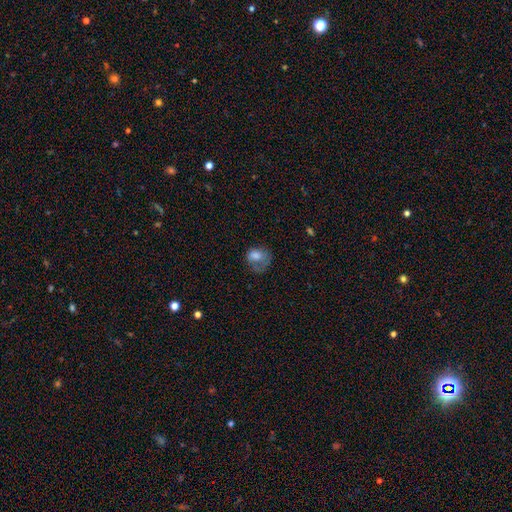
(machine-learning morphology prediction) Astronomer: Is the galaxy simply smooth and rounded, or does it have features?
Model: smooth — 66%.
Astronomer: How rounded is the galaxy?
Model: round — 53% (runner-up: in between, 46%).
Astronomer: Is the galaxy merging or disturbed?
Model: major disturbance — 38% (runner-up: none, 33%).